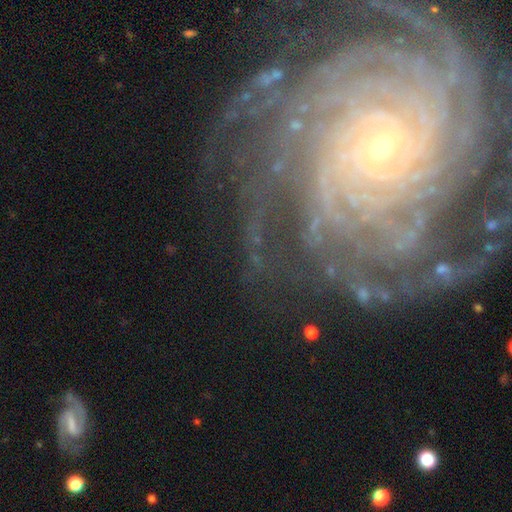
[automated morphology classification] type=featured or disk (89%); edge-on=no (97%); bar=no (66%); spiral arms=yes (98%); winding=tight (84%); arm count=more than 4 (42%); bulge=small (83%); merging=none (76%).